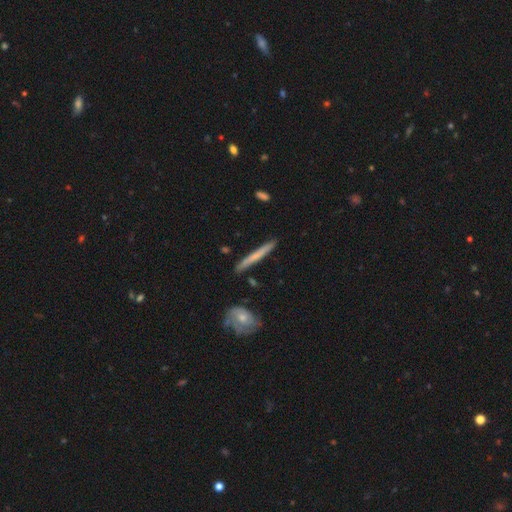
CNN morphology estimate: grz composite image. It shows a smooth galaxy with no disk features (54%) that is cigar-shaped (96%). Merging: none (88%).